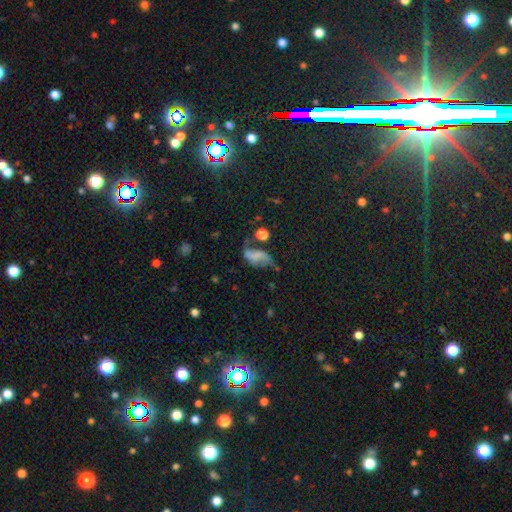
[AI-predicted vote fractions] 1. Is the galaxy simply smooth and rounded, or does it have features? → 54% featured or disk, 33% smooth, 13% star or artifact.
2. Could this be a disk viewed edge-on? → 97% no, 3% yes.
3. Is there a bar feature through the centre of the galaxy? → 53% no, 32% weak, 15% strong.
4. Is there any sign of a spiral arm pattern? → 81% yes, 19% no.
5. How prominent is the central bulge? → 63% none, 19% small, 10% moderate, 6% large, 3% dominant.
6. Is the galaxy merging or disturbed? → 38% none, 27% major disturbance, 24% minor disturbance, 11% merger.